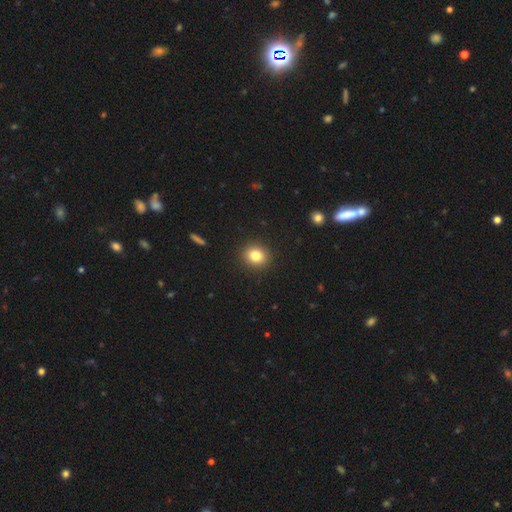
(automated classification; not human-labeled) This appears to be a smooth galaxy with no disk features (81%) that is round (80%). Merging: none (91%).